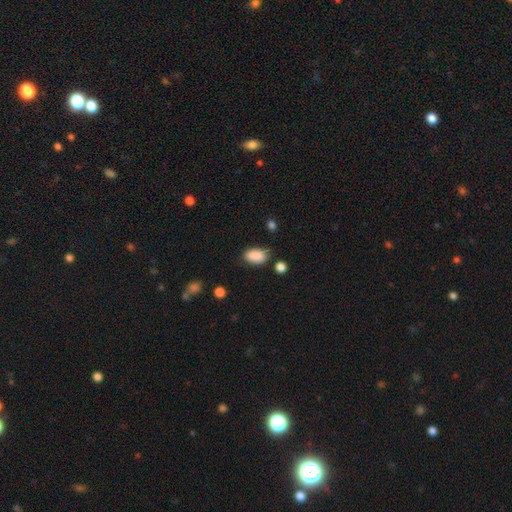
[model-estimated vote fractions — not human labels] This appears to be a smooth galaxy with no disk features (87%) that is in between round and cigar-shaped (91%). Merging: none (68%).